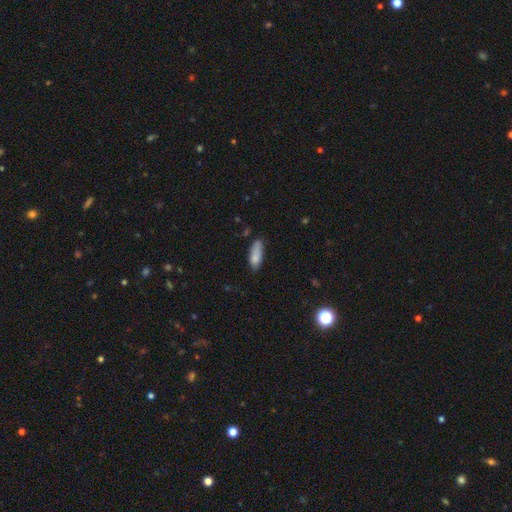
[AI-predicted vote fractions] smooth 82%, featured or disk 11%, star or artifact 7%. Down the decision tree: how rounded — in between (65%); merging — none (65%).